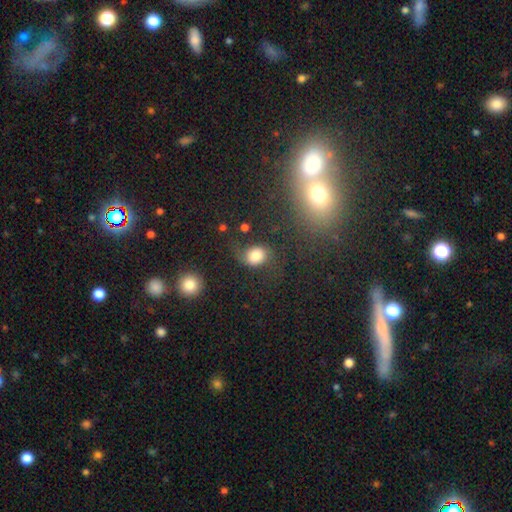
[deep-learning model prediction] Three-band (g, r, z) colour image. It shows a smooth galaxy with no disk features (68%) that is round (53%). Merging: none (49%).